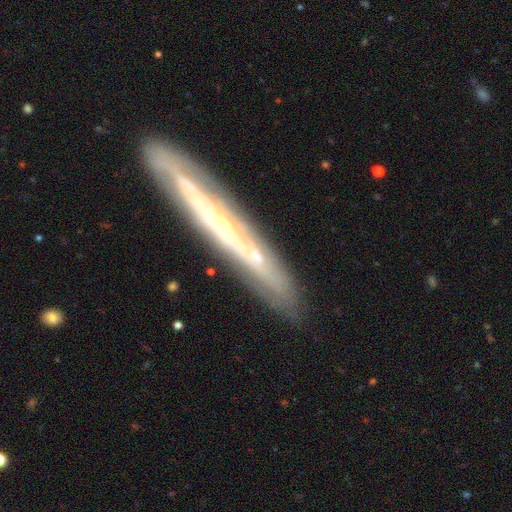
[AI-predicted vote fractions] smooth-or-featured: featured or disk: 57% | smooth: 33% | star or artifact: 10%
  disk-edge-on: yes: 70% | no: 30%
  merging: none: 76% | minor disturbance: 15% | merger: 5% | major disturbance: 5%